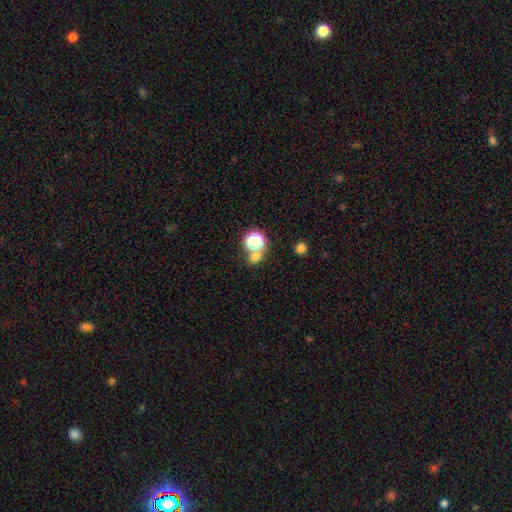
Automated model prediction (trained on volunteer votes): smooth-or-featured: smooth: 67% | star or artifact: 25% | featured or disk: 8%
  how-rounded: round: 74% | in between: 24% | cigar-shaped: 1%
  merging: none: 57% | merger: 31% | minor disturbance: 8% | major disturbance: 4%